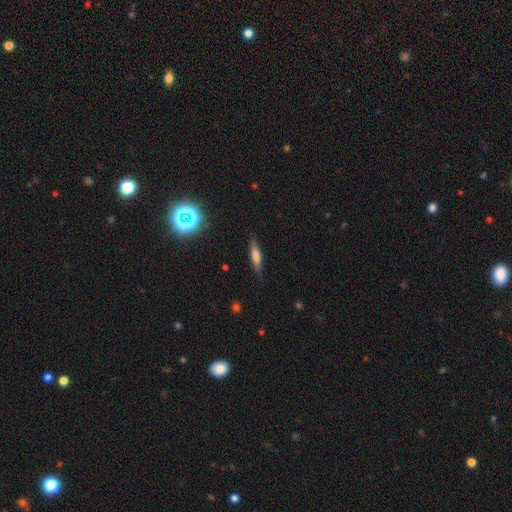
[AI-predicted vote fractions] Smooth or featured: smooth — 51% (featured or disk — 37%)
How rounded: cigar-shaped — 81% (in between — 16%)
Merging: none — 84% (minor disturbance — 12%)